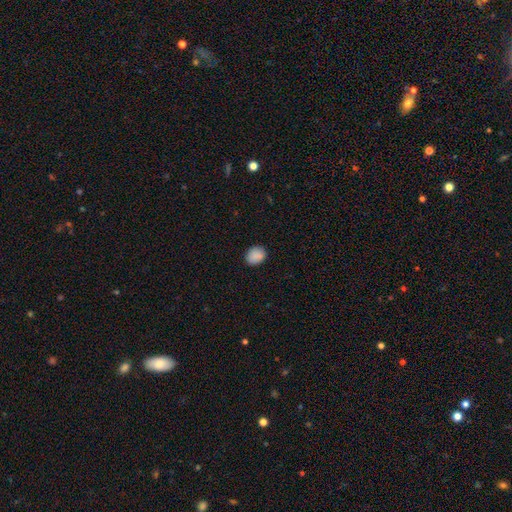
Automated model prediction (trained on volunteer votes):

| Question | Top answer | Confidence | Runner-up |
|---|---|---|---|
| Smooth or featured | smooth | 88% | star or artifact (8%) |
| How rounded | round | 55% | in between (44%) |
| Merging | none | 86% | minor disturbance (11%) |